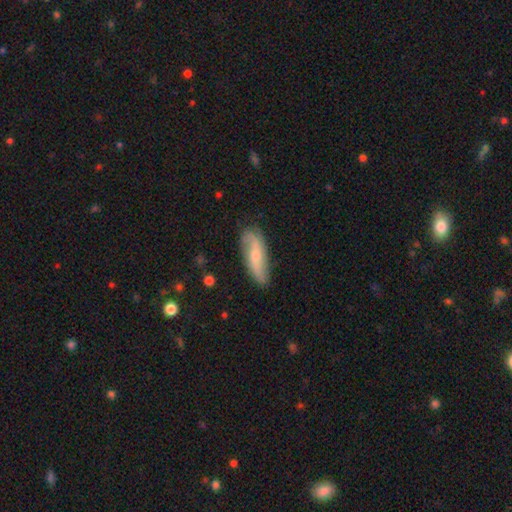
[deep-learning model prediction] Morphology: type=featured or disk (63%); edge-on=no (86%); bar=no (53%); spiral arms=yes (90%); bulge=small (63%); merging=none (76%).